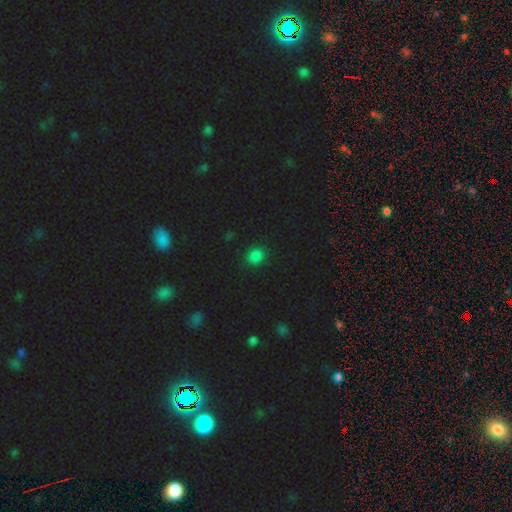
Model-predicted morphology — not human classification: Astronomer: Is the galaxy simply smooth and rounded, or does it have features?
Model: smooth — 81%.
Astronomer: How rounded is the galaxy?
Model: round — 76%.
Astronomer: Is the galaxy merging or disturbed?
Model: none — 88%.